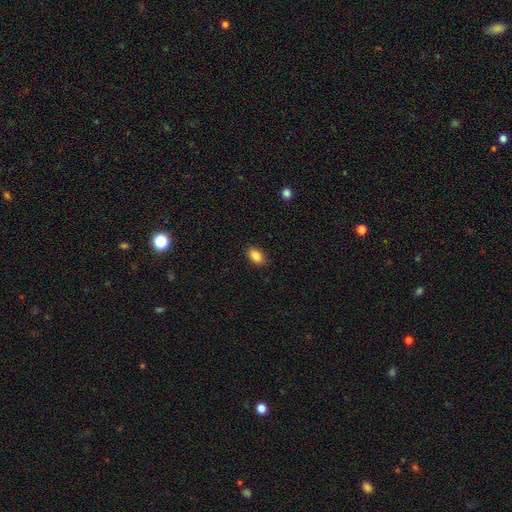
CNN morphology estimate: A smooth galaxy with no disk features (88%) that is in between round and cigar-shaped (91%).

Vote fractions:
- Smooth or featured? smooth: 88% / star or artifact: 8% / featured or disk: 4%
- How rounded? in between: 91% / round: 7% / cigar-shaped: 2%
- Merging? none: 89% / minor disturbance: 8% / major disturbance: 2% / merger: 1%